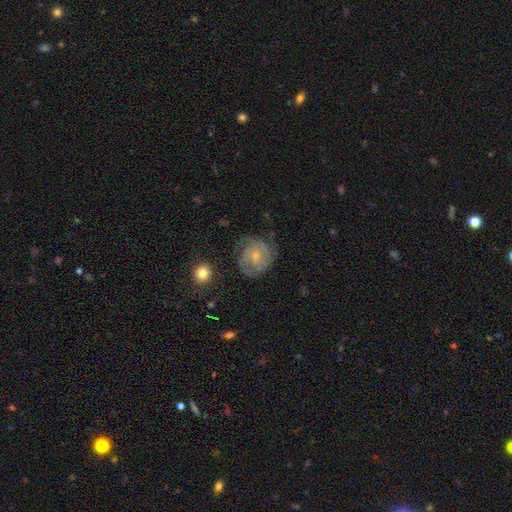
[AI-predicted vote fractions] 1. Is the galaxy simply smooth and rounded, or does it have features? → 65% featured or disk, 28% smooth, 7% star or artifact.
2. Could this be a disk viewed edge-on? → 98% no, 2% yes.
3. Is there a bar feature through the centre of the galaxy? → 62% no, 33% weak, 5% strong.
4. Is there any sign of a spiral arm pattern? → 84% yes, 16% no.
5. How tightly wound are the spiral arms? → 52% tight, 36% medium, 12% loose.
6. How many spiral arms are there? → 38% can't tell, 32% 2, 15% 3, 7% 1, 5% 4, 4% more than 4.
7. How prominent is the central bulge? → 65% small, 29% moderate, 4% none, 1% large, 1% dominant.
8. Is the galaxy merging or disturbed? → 61% none, 24% minor disturbance, 13% major disturbance, 2% merger.